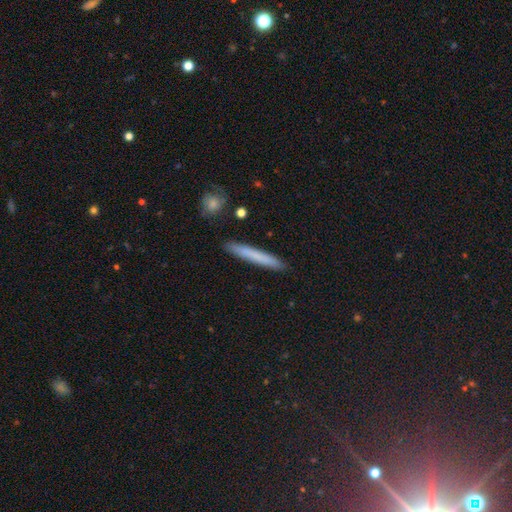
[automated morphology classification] Smooth or featured? smooth (72%)
How rounded? cigar-shaped (96%)
Merging? none (91%)